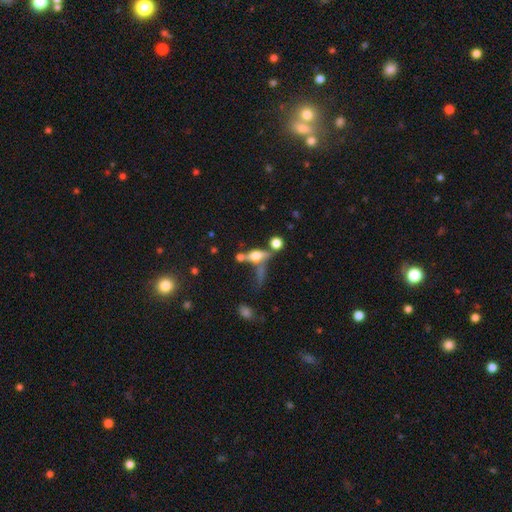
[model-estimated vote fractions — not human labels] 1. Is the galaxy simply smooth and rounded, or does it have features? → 47% featured or disk, 40% smooth, 13% star or artifact.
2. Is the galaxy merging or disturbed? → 36% none, 31% merger, 18% major disturbance, 15% minor disturbance.